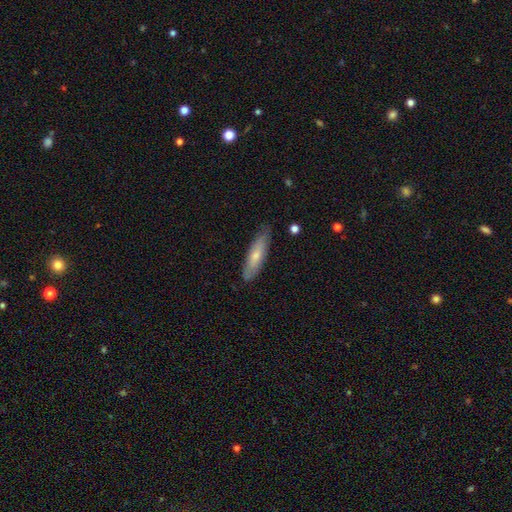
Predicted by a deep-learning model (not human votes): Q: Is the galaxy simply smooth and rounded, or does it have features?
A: smooth — 65%.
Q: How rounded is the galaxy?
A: cigar-shaped — 69%.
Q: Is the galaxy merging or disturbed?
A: none — 80%.